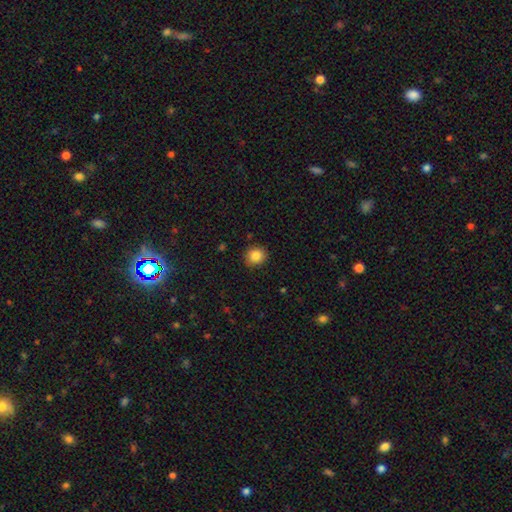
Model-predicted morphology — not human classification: smooth-or-featured: smooth: 85% | star or artifact: 10% | featured or disk: 5%
  how-rounded: round: 84% | in between: 15% | cigar-shaped: 1%
  merging: none: 89% | minor disturbance: 8% | major disturbance: 2% | merger: 1%